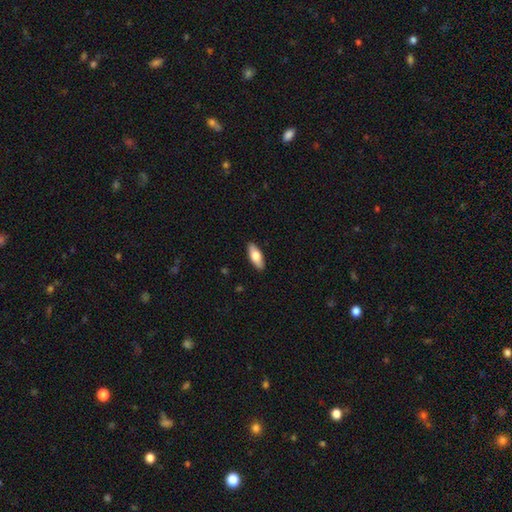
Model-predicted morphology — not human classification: Smooth or featured: smooth — 69% (featured or disk — 26%)
How rounded: in between — 75% (cigar-shaped — 23%)
Merging: none — 90% (minor disturbance — 8%)